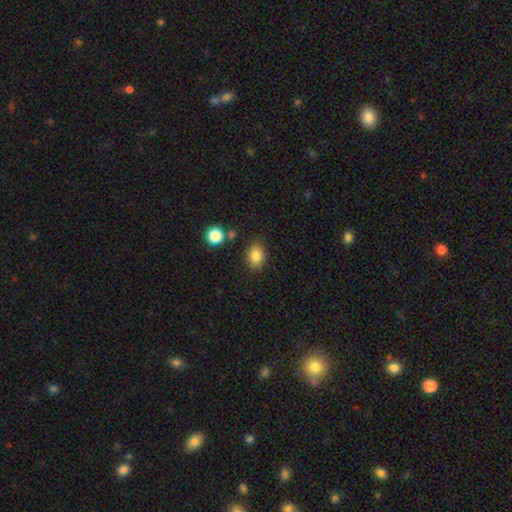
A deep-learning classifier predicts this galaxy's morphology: This is clearly a smooth galaxy (83%). How rounded: likely in between (64%). Merging: clearly none (82%).